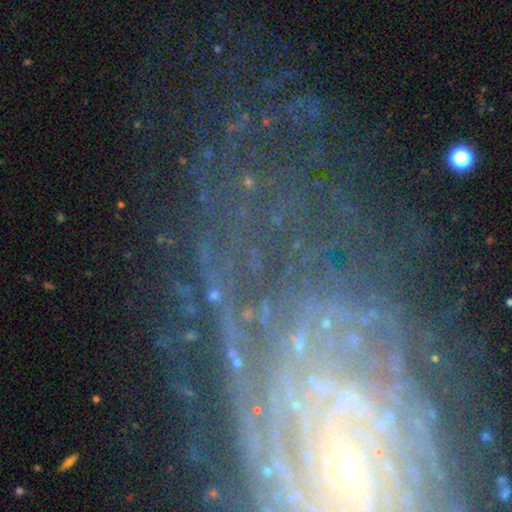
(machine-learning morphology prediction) Q: Smooth or featured?
A: featured or disk (62%); runner-up: star or artifact (27%)
Q: Edge-on disk?
A: no (94%); runner-up: yes (6%)
Q: Bar?
A: no (64%); runner-up: weak (22%)
Q: Spiral arms?
A: yes (84%); runner-up: no (16%)
Q: Bulge size?
A: small (58%); runner-up: none (21%)
Q: Merging?
A: none (63%); runner-up: major disturbance (16%)